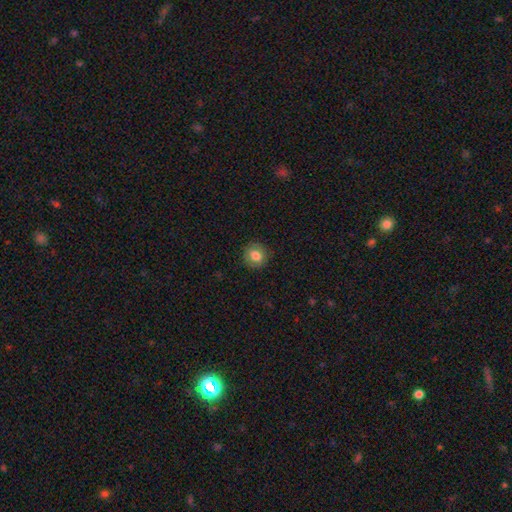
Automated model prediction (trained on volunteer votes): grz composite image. It shows a smooth galaxy with no disk features (81%) that is round (81%). Merging: none (88%).